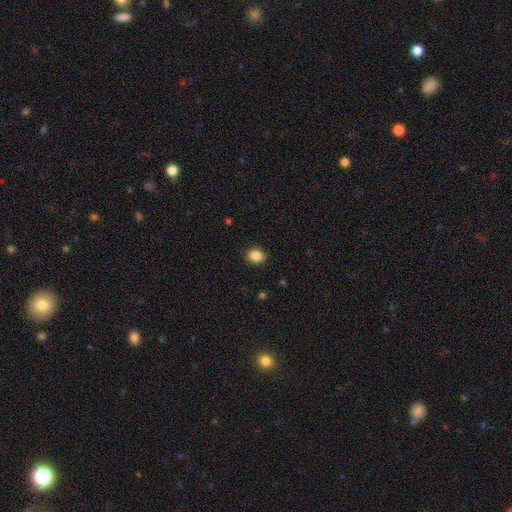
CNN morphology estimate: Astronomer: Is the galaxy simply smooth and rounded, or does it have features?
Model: smooth — 87%.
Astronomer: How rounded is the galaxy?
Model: in between — 55% (runner-up: round, 43%).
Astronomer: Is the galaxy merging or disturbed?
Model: none — 89%.